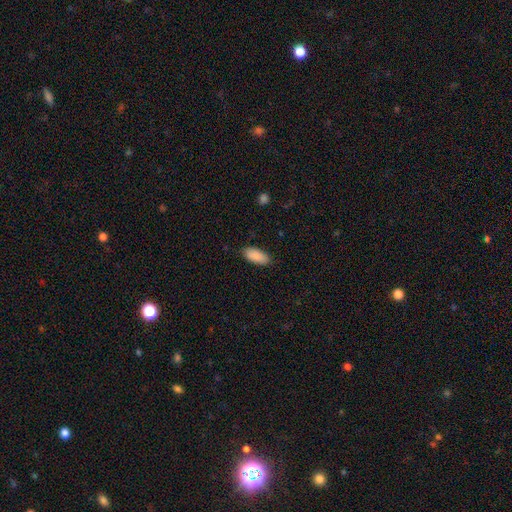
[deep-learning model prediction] Smooth or featured? Predicted: smooth (p=0.89). How rounded? Predicted: in between (p=0.88). Merging? Predicted: none (p=0.86).